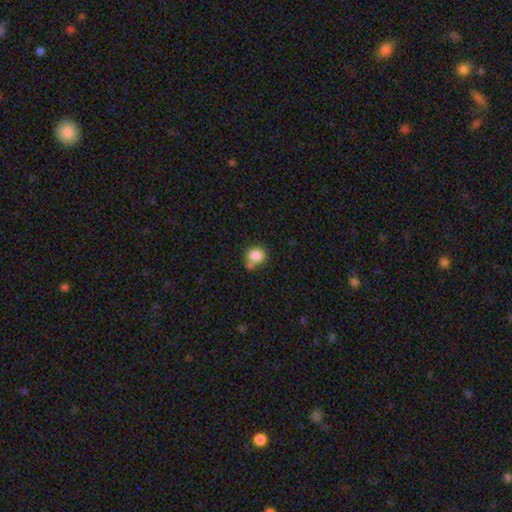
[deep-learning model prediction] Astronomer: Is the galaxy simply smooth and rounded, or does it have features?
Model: smooth — 85%.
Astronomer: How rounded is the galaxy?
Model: round — 75%.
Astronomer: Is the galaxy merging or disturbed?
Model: none — 61%.